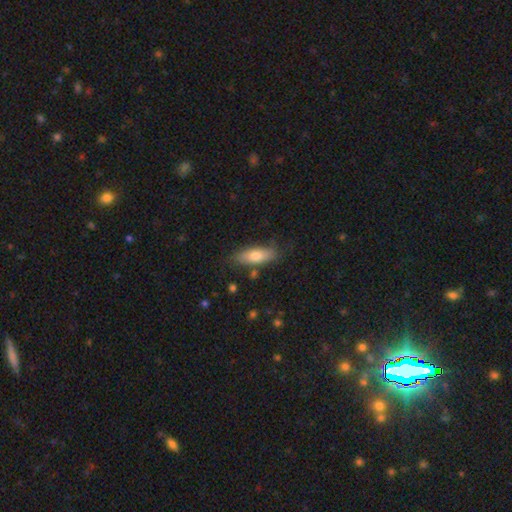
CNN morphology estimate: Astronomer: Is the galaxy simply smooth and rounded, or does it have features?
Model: smooth — 71%.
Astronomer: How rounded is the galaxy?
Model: in between — 61%.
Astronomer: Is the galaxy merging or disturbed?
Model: none — 76%.